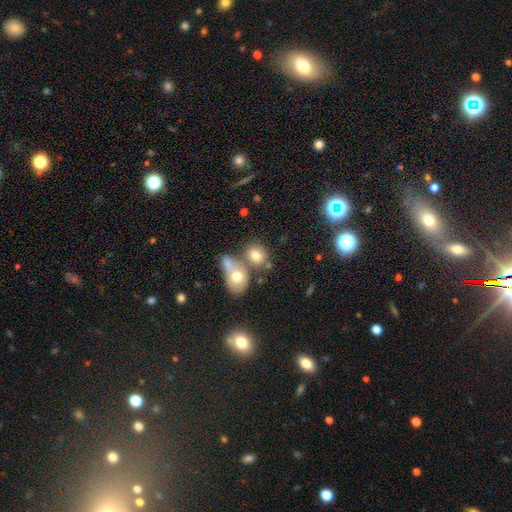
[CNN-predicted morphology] Smooth or featured: smooth — 74% (featured or disk — 14%)
How rounded: in between — 55% (round — 43%)
Merging: none — 45% (merger — 38%)